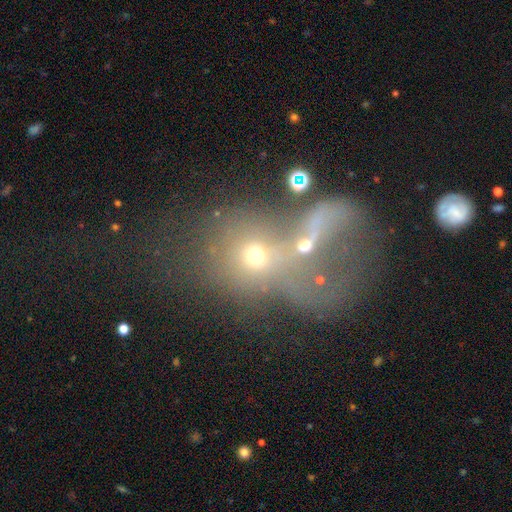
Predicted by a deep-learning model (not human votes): This is marginally a smooth galaxy (44%). Merging: likely merger (65%).